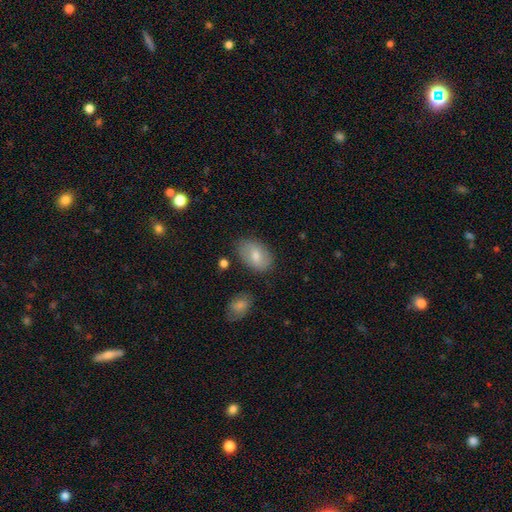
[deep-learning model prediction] This appears to be a smooth galaxy with no disk features (75%) that is in between round and cigar-shaped (89%). Merging: none (80%).